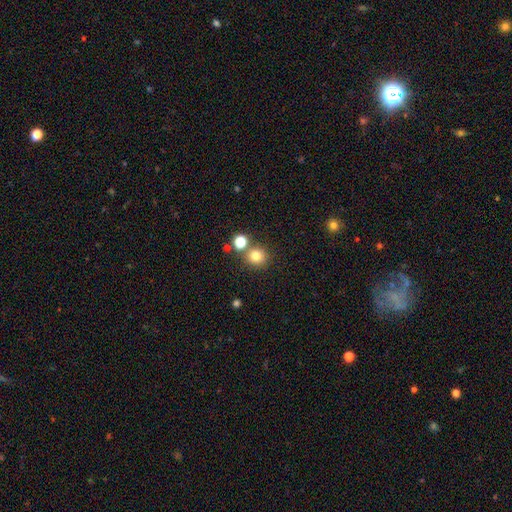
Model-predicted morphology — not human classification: smooth 79%, star or artifact 14%, featured or disk 7%. Down the decision tree: how rounded — round (89%); merging — none (73%).